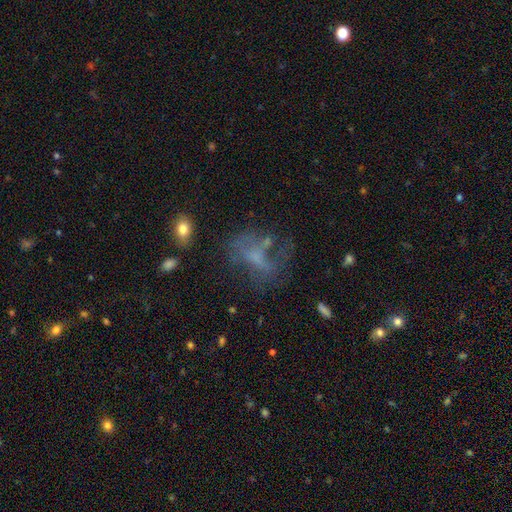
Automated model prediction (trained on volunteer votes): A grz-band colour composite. It shows a featured or disk galaxy (47%). Merging: none (40%).